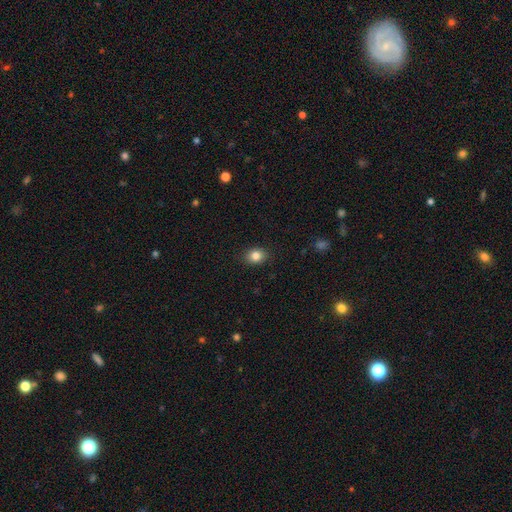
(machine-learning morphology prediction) A smooth galaxy with no disk features (84%) that is in between round and cigar-shaped (54%). Merging: none (88%).